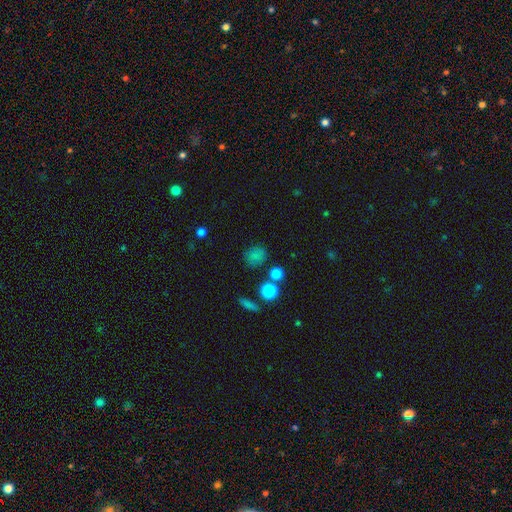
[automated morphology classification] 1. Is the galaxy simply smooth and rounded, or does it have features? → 79% smooth, 15% star or artifact, 6% featured or disk.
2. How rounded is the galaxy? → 72% round, 27% in between, 1% cigar-shaped.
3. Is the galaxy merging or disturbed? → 76% none, 12% minor disturbance, 7% merger, 5% major disturbance.